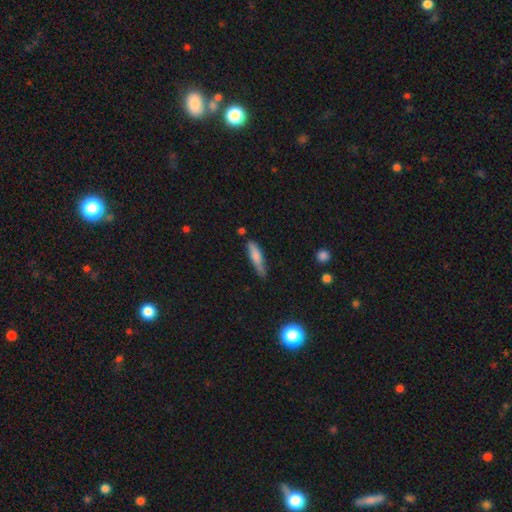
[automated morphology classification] smooth 72%, featured or disk 21%, star or artifact 6%. Down the decision tree: how rounded — cigar-shaped (80%); merging — none (65%).